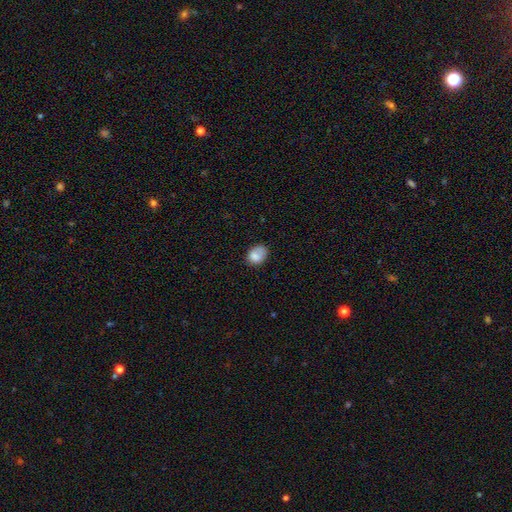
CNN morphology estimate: smooth_or_featured: smooth (p=0.78) [alt: featured or disk p=0.13]
how_rounded: in between (p=0.64) [alt: round p=0.35]
merging: none (p=0.57) [alt: minor disturbance p=0.28]